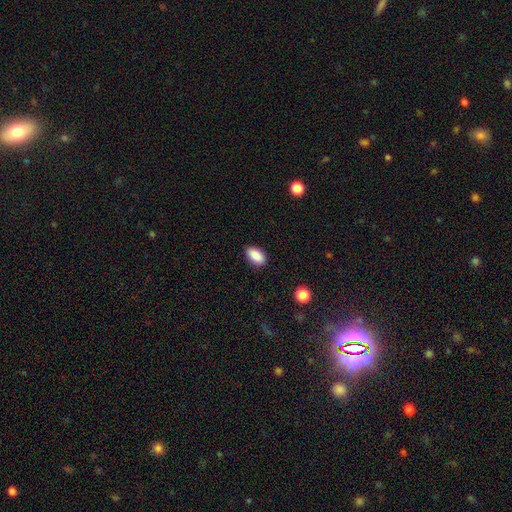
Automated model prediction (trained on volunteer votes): Smooth or featured?
  - smooth: 89% *
  - star or artifact: 8%
  - featured or disk: 4%
How rounded?
  - in between: 93% *
  - round: 4%
  - cigar-shaped: 3%
Merging?
  - none: 87% *
  - minor disturbance: 9%
  - major disturbance: 2%
  - merger: 1%